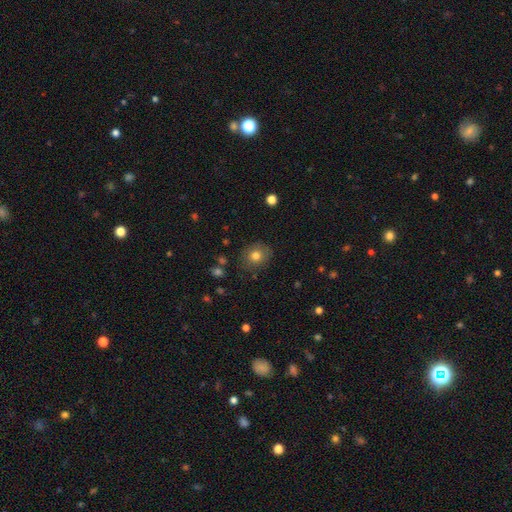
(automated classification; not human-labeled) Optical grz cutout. It shows a smooth galaxy with no disk features (78%) that is round (69%). Merging: none (83%).